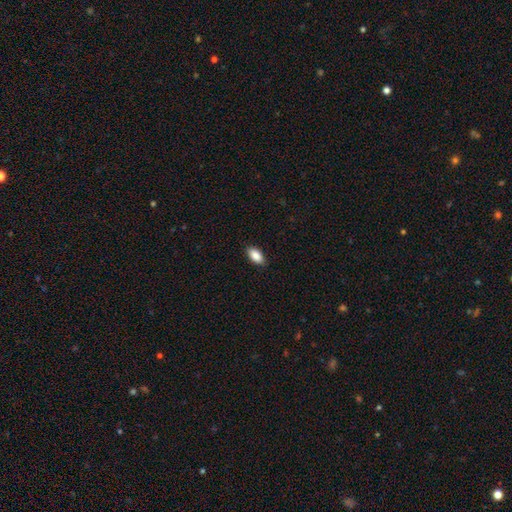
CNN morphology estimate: A smooth galaxy with no disk features (89%) that is in between round and cigar-shaped (93%).

Vote fractions:
- Smooth or featured? smooth: 89% / star or artifact: 7% / featured or disk: 4%
- How rounded? in between: 93% / cigar-shaped: 4% / round: 3%
- Merging? none: 89% / minor disturbance: 9% / major disturbance: 2% / merger: 1%